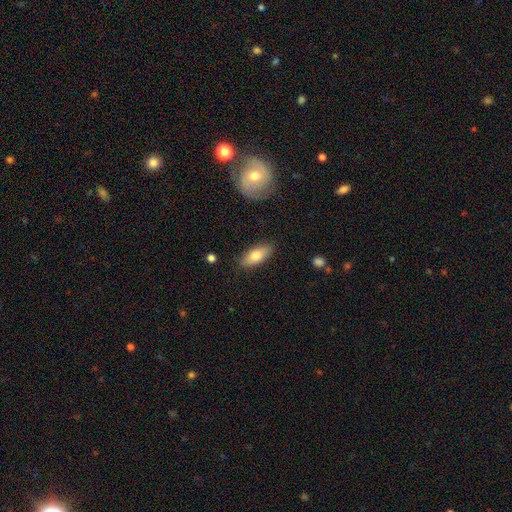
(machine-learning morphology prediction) This appears to be a smooth galaxy with no disk features (75%) that is in between round and cigar-shaped (80%). Merging: none (86%).